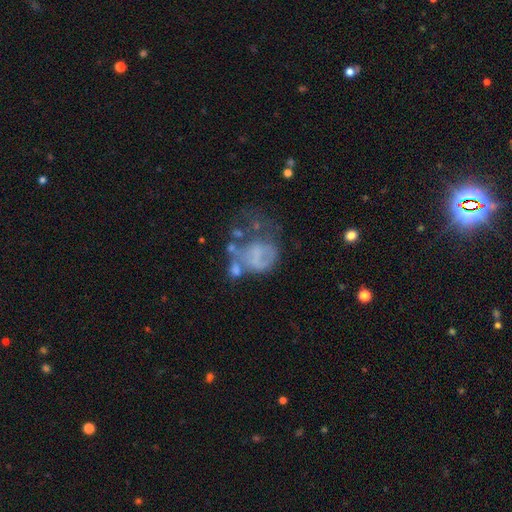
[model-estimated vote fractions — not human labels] This is possibly a featured or disk galaxy (54%). It is clearly not viewed edge-on (98%). Bar: clearly no (83%). Spiral arm pattern: clearly no (83%). Central bulge: likely none (72%). Merging: marginally major disturbance (43%).